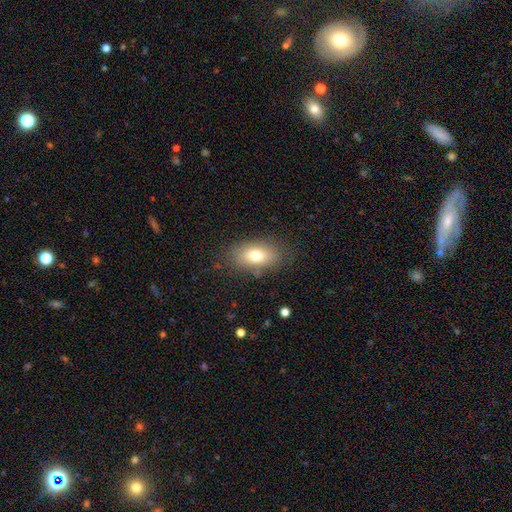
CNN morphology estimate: Smooth or featured: smooth — 75% (featured or disk — 15%)
How rounded: in between — 88% (round — 10%)
Merging: none — 81% (minor disturbance — 13%)